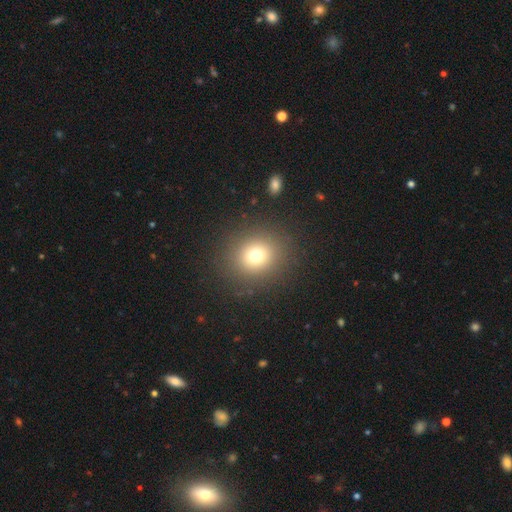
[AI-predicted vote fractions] A smooth galaxy with no disk features (73%) that is round (86%). Merging: none (88%).